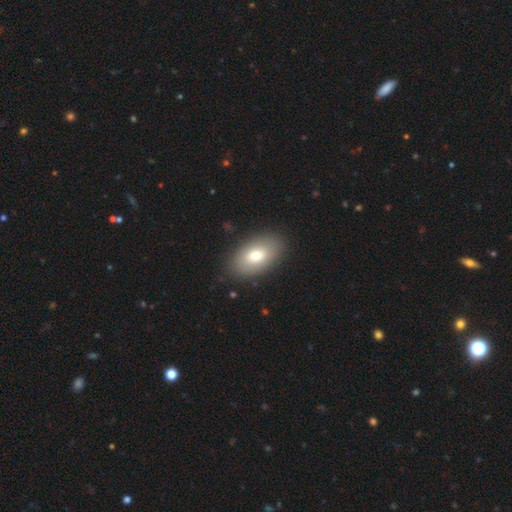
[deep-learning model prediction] Morphology: type=smooth (74%); roundness=in between (93%); merging=none (88%).